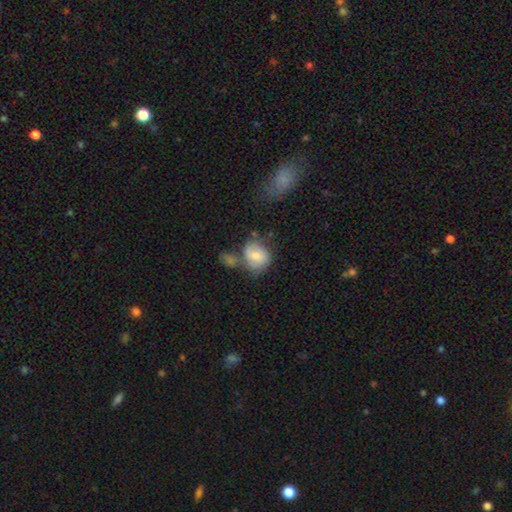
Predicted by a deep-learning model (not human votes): Smooth or featured?
  - smooth: 58% *
  - featured or disk: 34%
  - star or artifact: 7%
How rounded?
  - round: 53% *
  - in between: 46%
  - cigar-shaped: 1%
Merging?
  - none: 40% *
  - merger: 28%
  - minor disturbance: 20%
  - major disturbance: 11%